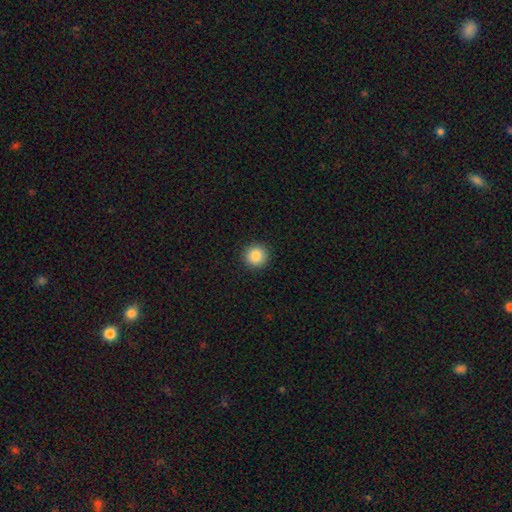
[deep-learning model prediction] A smooth galaxy with no disk features (87%) that is round (94%). Merging: none (92%).